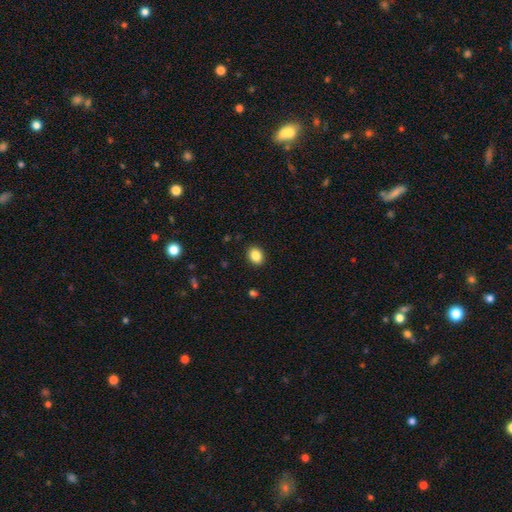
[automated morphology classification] Smooth or featured? Predicted: smooth (p=0.86). How rounded? Predicted: in between (p=0.52). Merging? Predicted: none (p=0.91).